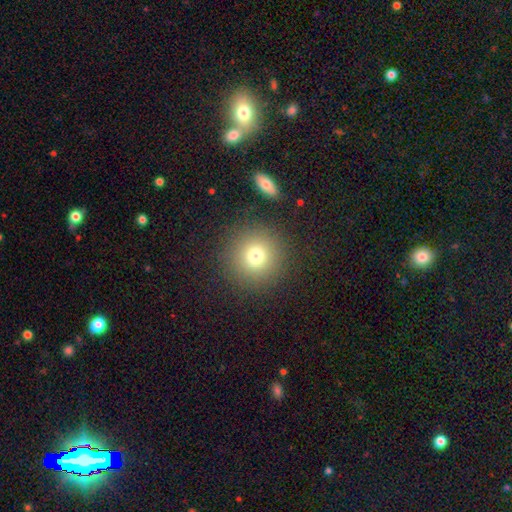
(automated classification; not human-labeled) Morphology: type=smooth (75%); roundness=round (95%); merging=none (88%).